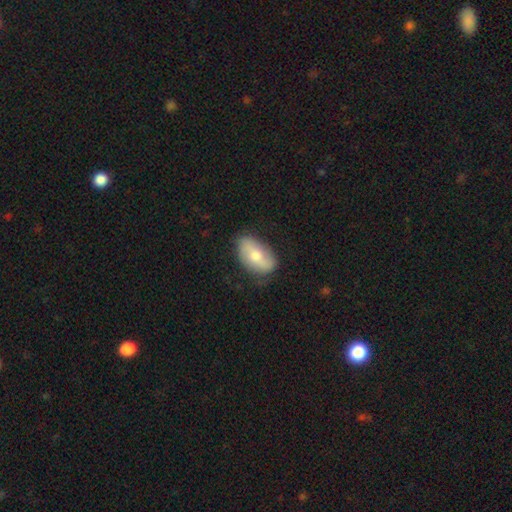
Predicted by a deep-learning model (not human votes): Smooth or featured: smooth — 56% (featured or disk — 38%)
How rounded: in between — 92% (round — 6%)
Merging: none — 74% (minor disturbance — 20%)